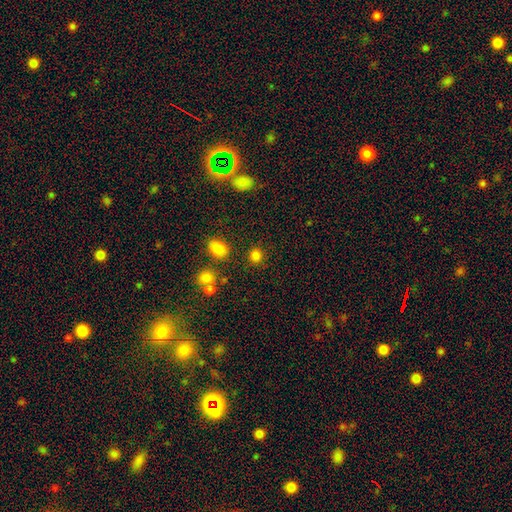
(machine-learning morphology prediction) The model was most divided on "smooth or featured": smooth: 82%, star or artifact: 14%, featured or disk: 4%. More confident: merging — none (84%); how rounded — round (84%).